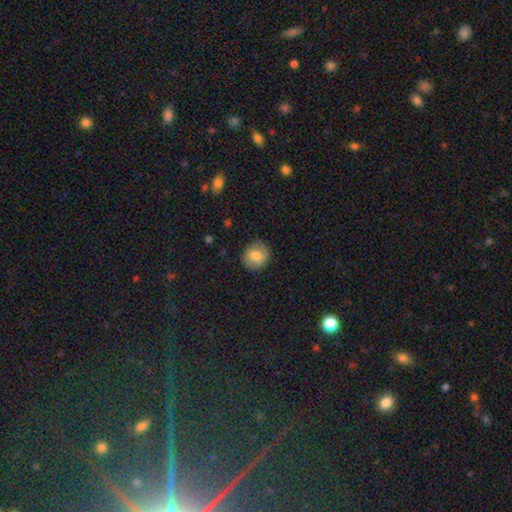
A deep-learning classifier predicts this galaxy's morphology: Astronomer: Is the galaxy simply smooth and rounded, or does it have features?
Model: smooth — 77%.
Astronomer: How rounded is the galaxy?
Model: round — 84%.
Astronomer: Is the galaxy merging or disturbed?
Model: none — 84%.